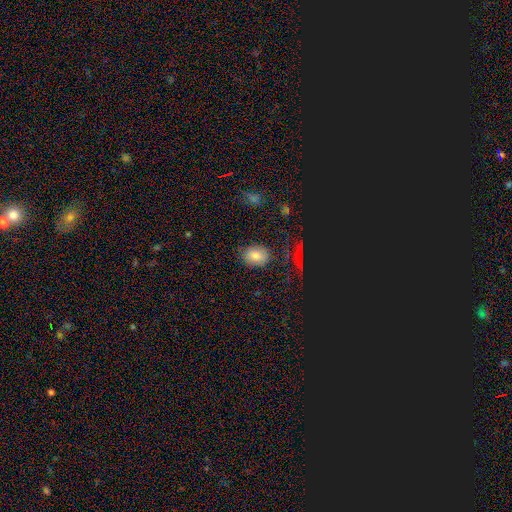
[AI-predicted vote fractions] Smooth or featured? smooth (73%)
How rounded? in between (63%)
Merging? none (82%)